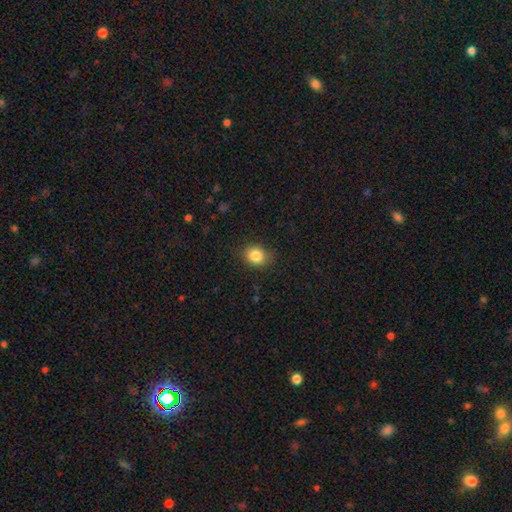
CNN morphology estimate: type=smooth (85%); roundness=round (61%); merging=none (85%).